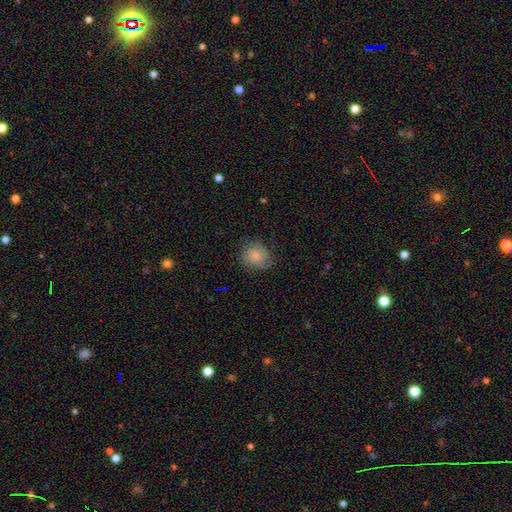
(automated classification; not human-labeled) smooth 67%, featured or disk 24%, star or artifact 9%. Down the decision tree: how rounded — round (80%); merging — none (71%).